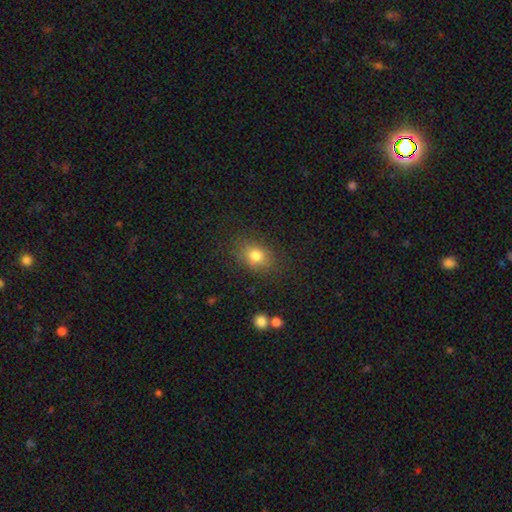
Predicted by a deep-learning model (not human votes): The model was most divided on "how rounded": in between: 57%, round: 42%, cigar-shaped: 1%. More confident: merging — none (79%); smooth or featured — smooth (79%).